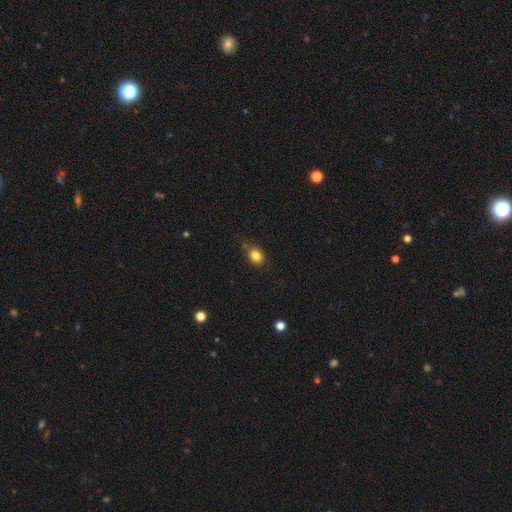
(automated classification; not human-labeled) This appears to be a smooth galaxy with no disk features (83%) that is in between round and cigar-shaped (51%). Merging: none (71%).